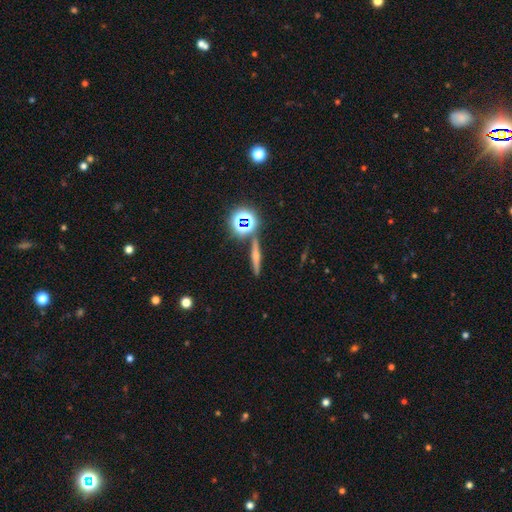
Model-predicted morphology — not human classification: Smooth or featured? featured or disk (47%)
Merging? none (86%)